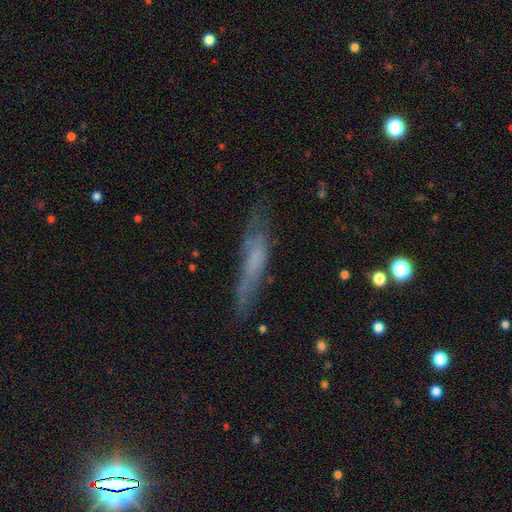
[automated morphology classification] smooth-or-featured: smooth: 51% | featured or disk: 40% | star or artifact: 9%
  how-rounded: cigar-shaped: 79% | in between: 19% | round: 2%
  merging: none: 56% | minor disturbance: 26% | major disturbance: 15% | merger: 3%